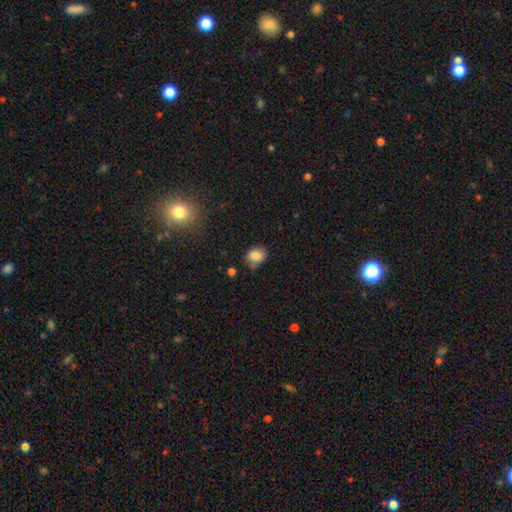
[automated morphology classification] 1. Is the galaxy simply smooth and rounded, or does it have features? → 83% smooth, 9% star or artifact, 8% featured or disk.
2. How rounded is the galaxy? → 54% in between, 45% round, 1% cigar-shaped.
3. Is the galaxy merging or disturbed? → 65% none, 24% minor disturbance, 6% major disturbance, 5% merger.